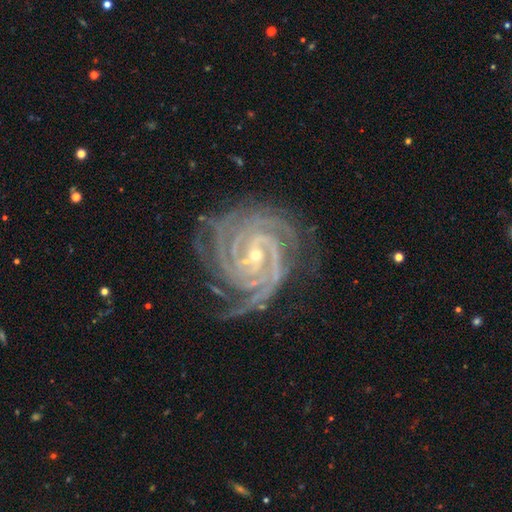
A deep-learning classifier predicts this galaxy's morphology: type=featured or disk (93%); edge-on=no (98%); bar=weak (38%); spiral arms=yes (99%); winding=tight (76%); arm count=4 (32%); bulge=small (77%); merging=none (71%).